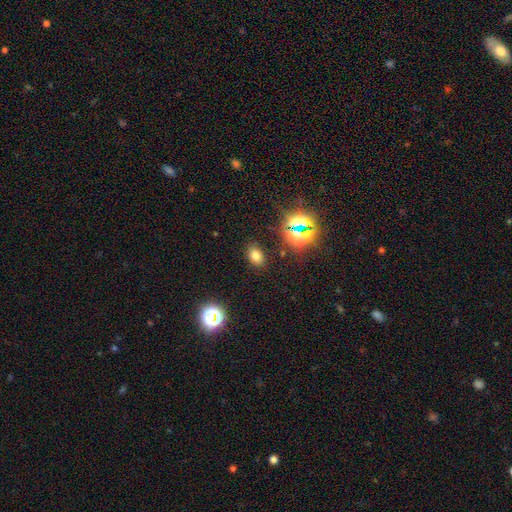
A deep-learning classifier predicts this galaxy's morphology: smooth 70%, star or artifact 22%, featured or disk 8%. Down the decision tree: how rounded — in between (78%); merging — none (84%).